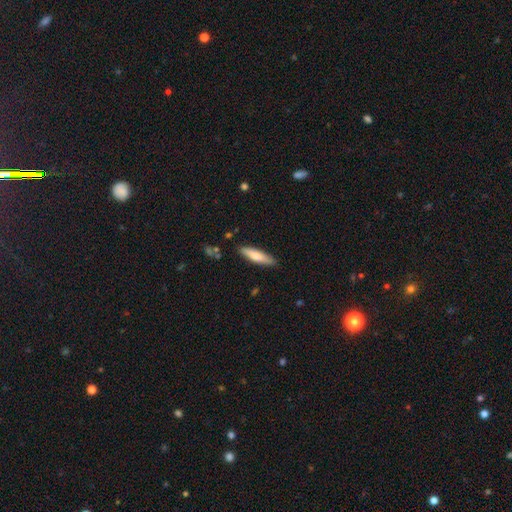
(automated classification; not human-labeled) Smooth or featured? Predicted: smooth (p=0.71). How rounded? Predicted: cigar-shaped (p=0.74). Merging? Predicted: none (p=0.86).